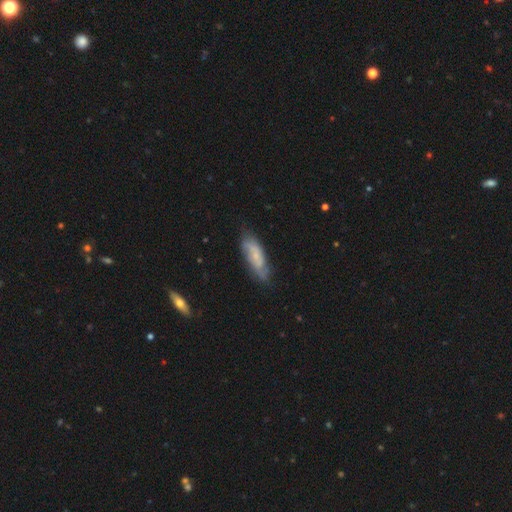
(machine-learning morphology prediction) Overall: featured or disk (50%; smooth 42%). Edge-on disk: no (80%). Merging: none (69%).